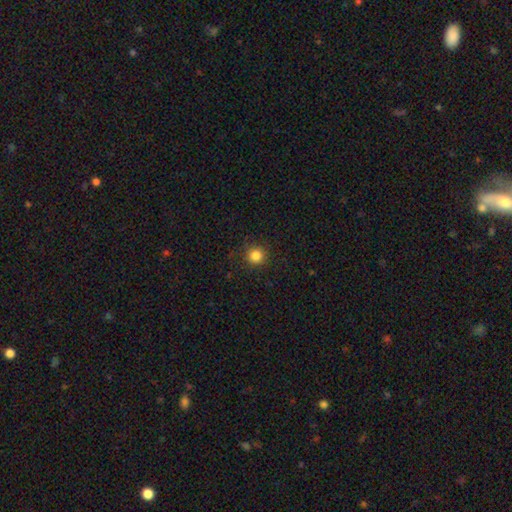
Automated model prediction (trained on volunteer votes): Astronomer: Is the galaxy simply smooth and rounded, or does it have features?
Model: smooth — 84%.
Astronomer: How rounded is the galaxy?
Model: round — 95%.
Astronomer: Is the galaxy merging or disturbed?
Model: none — 89%.